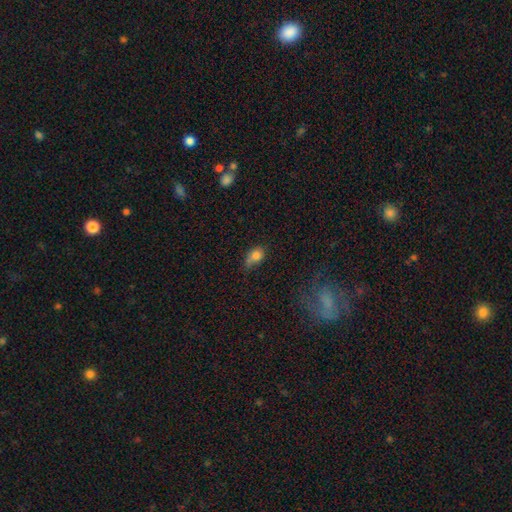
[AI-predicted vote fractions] Smooth or featured? Predicted: smooth (p=0.79). How rounded? Predicted: in between (p=0.75). Merging? Predicted: none (p=0.41).